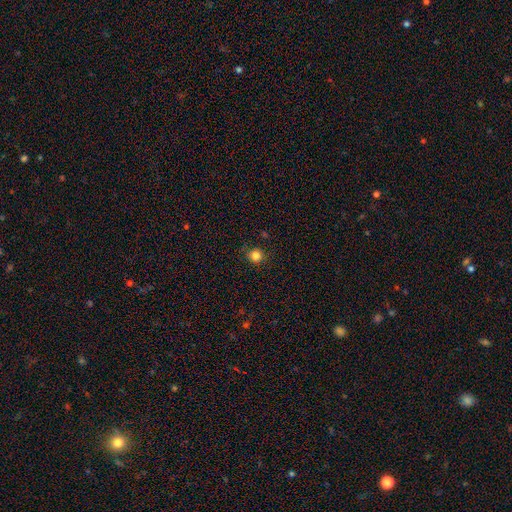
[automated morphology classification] type=smooth (84%); roundness=round (91%); merging=none (87%).